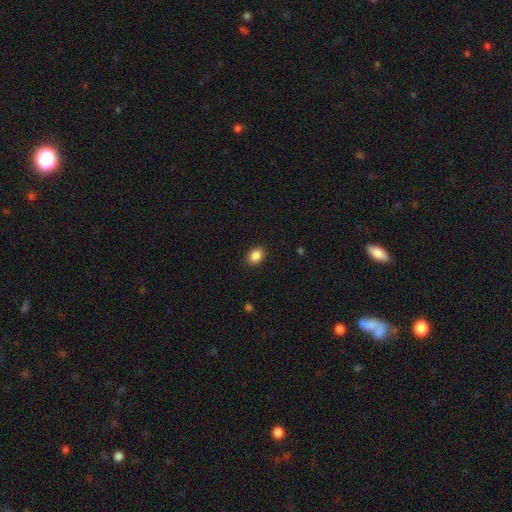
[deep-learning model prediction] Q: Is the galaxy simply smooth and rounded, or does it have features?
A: smooth — 87%.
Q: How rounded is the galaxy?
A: in between — 66%.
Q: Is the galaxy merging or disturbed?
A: none — 89%.